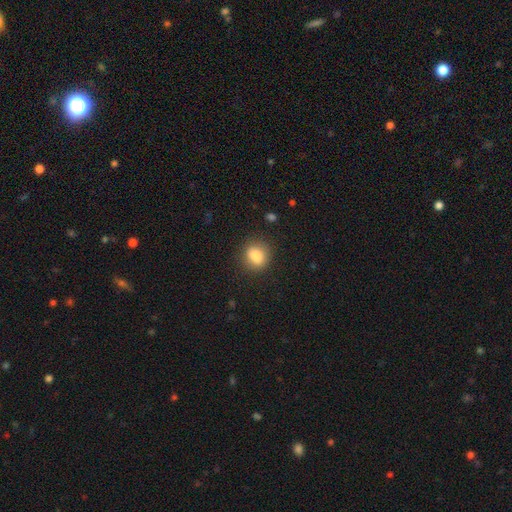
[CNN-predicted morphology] smooth 83%, star or artifact 9%, featured or disk 7%. Down the decision tree: how rounded — round (62%); merging — none (83%).